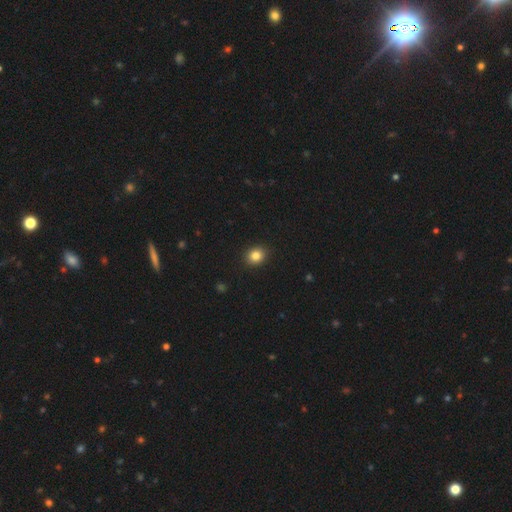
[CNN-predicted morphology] Q: Smooth or featured?
A: smooth (84%); runner-up: star or artifact (11%)
Q: How rounded?
A: round (64%); runner-up: in between (35%)
Q: Merging?
A: none (91%); runner-up: minor disturbance (6%)